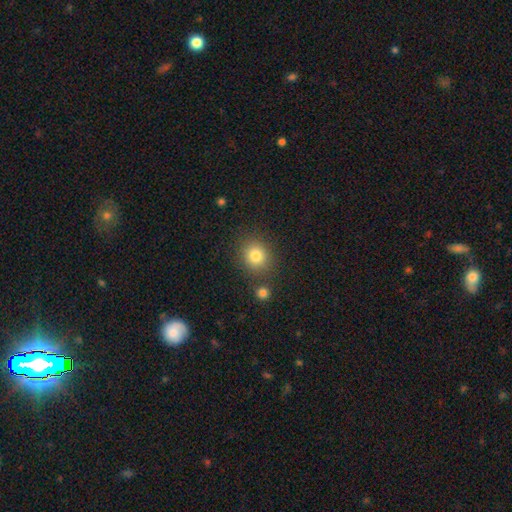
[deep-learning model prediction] This appears to be a smooth galaxy with no disk features (81%) that is round (82%). Merging: none (81%).